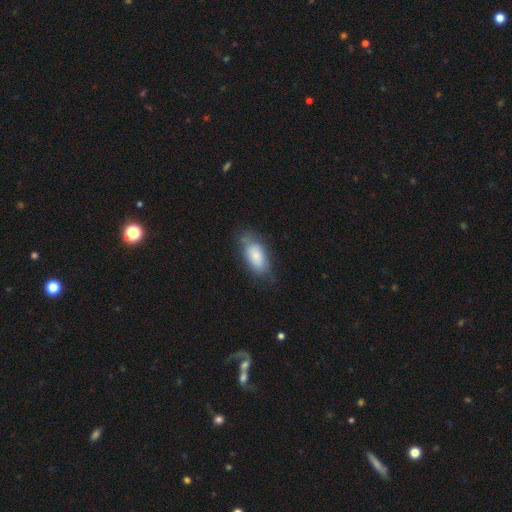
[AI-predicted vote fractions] Smooth or featured? Predicted: smooth (p=0.78). How rounded? Predicted: in between (p=0.91). Merging? Predicted: none (p=0.59).